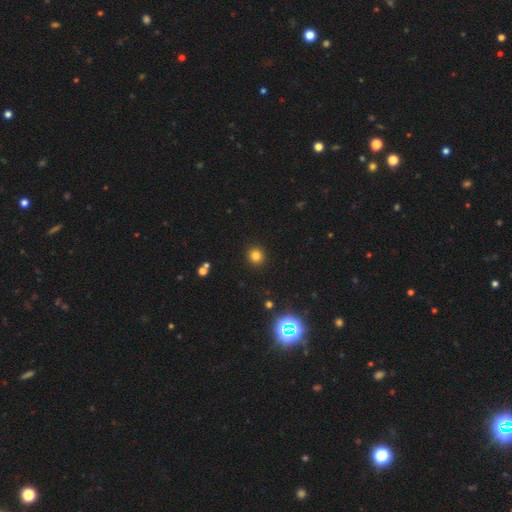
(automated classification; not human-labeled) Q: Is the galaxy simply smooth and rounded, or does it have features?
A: smooth — 79%.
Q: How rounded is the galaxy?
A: round — 91%.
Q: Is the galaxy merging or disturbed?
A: none — 92%.